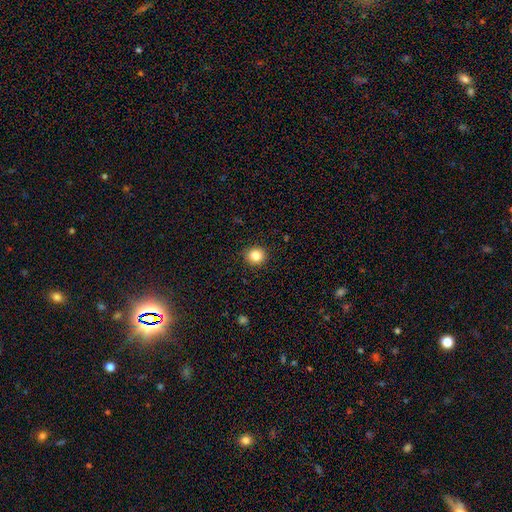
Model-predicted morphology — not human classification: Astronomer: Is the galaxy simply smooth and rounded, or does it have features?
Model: smooth — 84%.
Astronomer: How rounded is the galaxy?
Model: round — 88%.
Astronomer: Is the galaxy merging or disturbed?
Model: none — 92%.